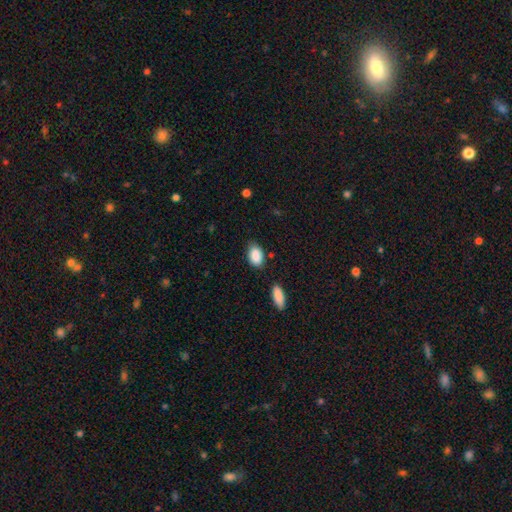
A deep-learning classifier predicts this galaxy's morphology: This appears to be a smooth galaxy with no disk features (89%) that is in between round and cigar-shaped (90%). Merging: none (72%).